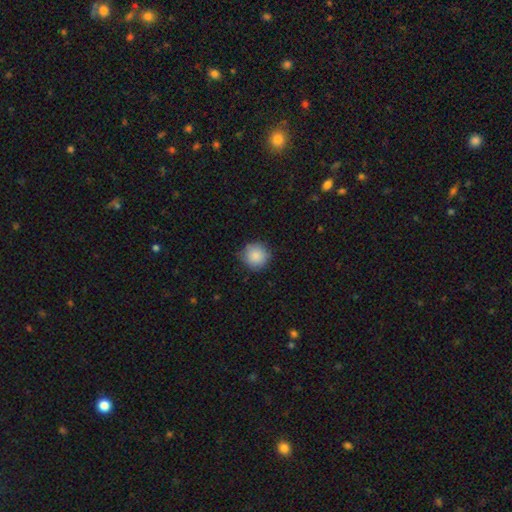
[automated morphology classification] This appears to be a smooth galaxy with no disk features (87%) that is round (93%). Merging: none (80%).